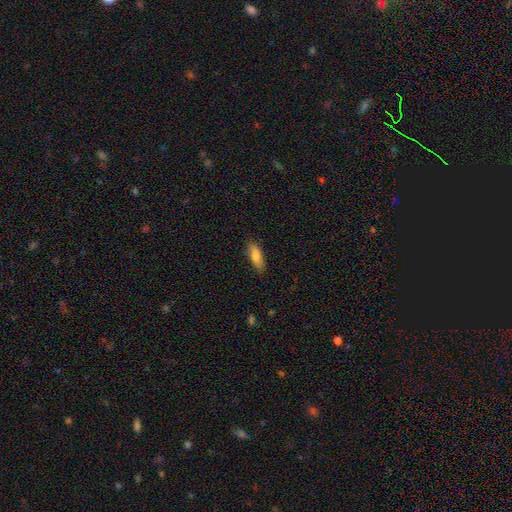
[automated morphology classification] smooth-or-featured: smooth: 81% | featured or disk: 13% | star or artifact: 7%
  how-rounded: in between: 66% | cigar-shaped: 32% | round: 2%
  merging: none: 83% | minor disturbance: 13% | major disturbance: 2% | merger: 1%